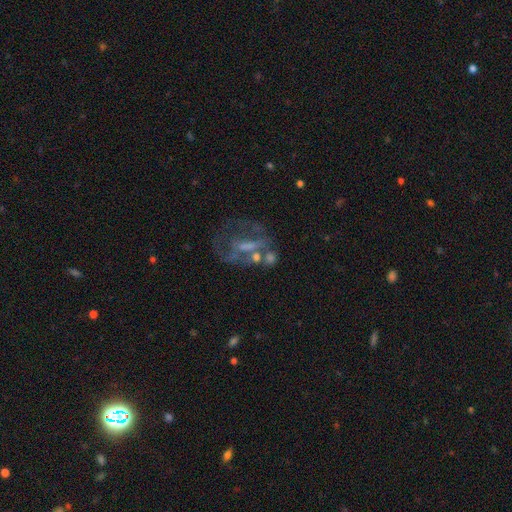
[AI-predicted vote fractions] featured or disk 64%, smooth 19%, star or artifact 17%. Down the decision tree: edge-on disk — no (94%); bar — no (47%); spiral arms — no (64%); bulge size — none (38%); merging — none (39%).